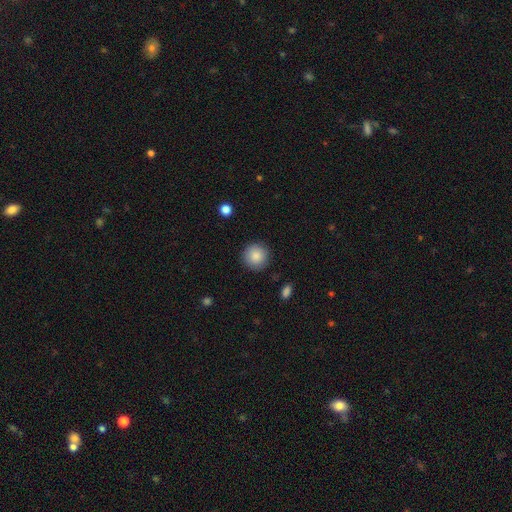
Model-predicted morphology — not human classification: Q: Smooth or featured?
A: smooth (87%); runner-up: star or artifact (8%)
Q: How rounded?
A: round (95%); runner-up: in between (4%)
Q: Merging?
A: none (91%); runner-up: minor disturbance (6%)